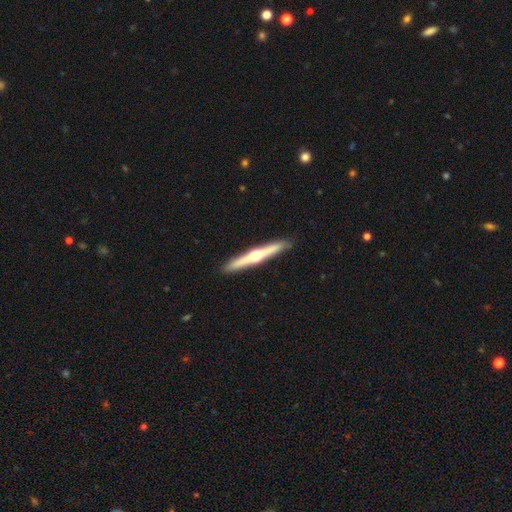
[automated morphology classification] The model was most divided on "smooth or featured": featured or disk: 69%, smooth: 26%, star or artifact: 5%. More confident: edge-on disk — yes (98%); edge-on bulge — rounded (92%); merging — none (91%).